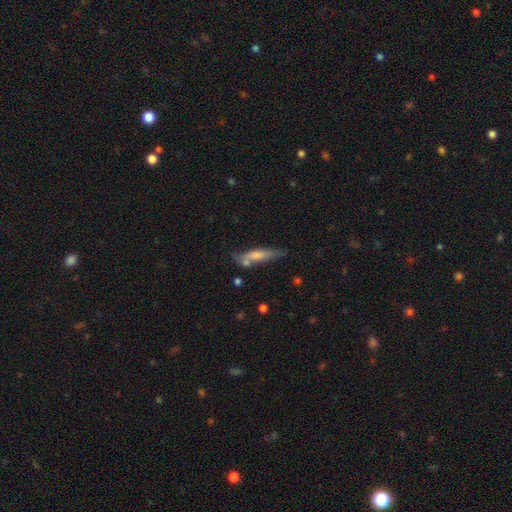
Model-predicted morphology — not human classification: type=smooth (61%); roundness=cigar-shaped (79%); merging=none (57%).